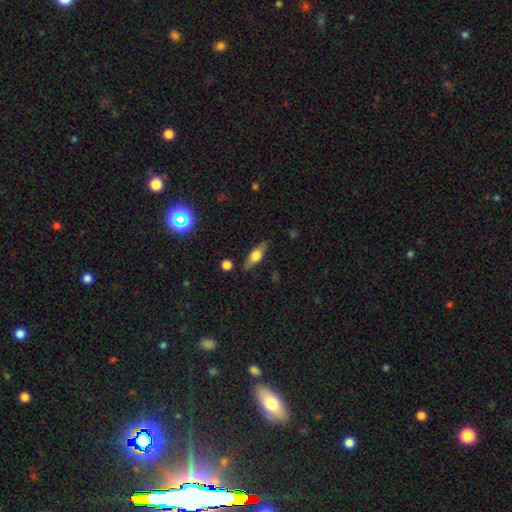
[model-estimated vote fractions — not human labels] The model was most divided on "smooth or featured": smooth: 47%, featured or disk: 46%, star or artifact: 8%. More confident: merging — none (83%).